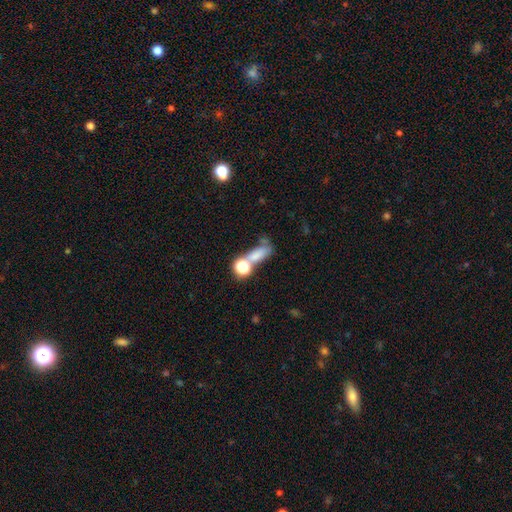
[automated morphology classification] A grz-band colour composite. It shows a smooth galaxy with no disk features (68%) that is in between round and cigar-shaped (59%). Merging: merger (43%).